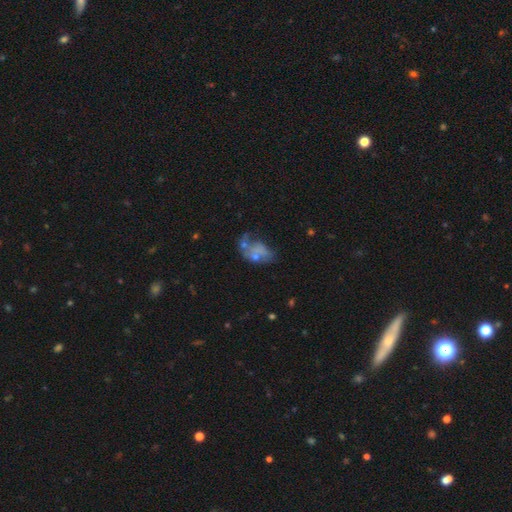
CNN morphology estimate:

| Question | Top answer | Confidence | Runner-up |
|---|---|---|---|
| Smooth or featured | featured or disk | 44% | smooth (38%) |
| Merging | major disturbance | 31% | none (27%) |